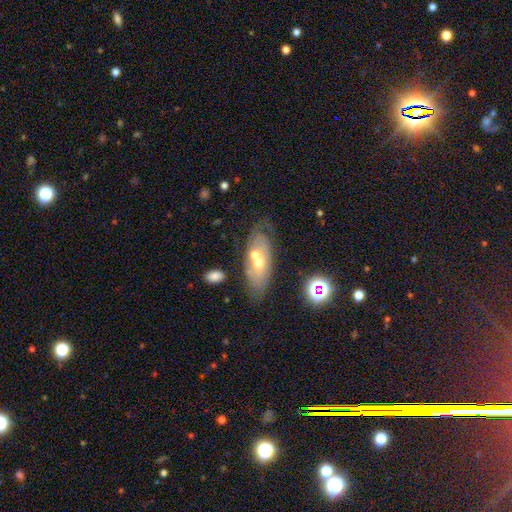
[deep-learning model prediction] Smooth or featured: featured or disk — 45% (smooth — 44%)
Merging: none — 49% (merger — 26%)